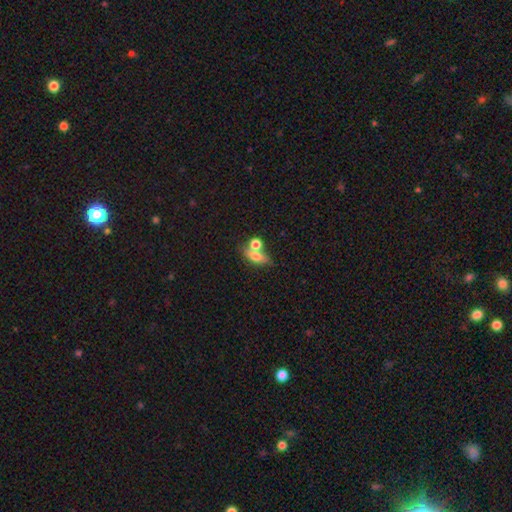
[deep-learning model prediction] Smooth or featured? smooth (66%)
How rounded? in between (63%)
Merging? none (42%)